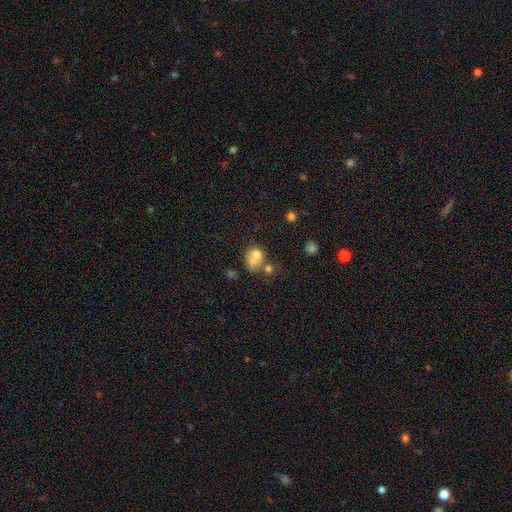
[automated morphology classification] smooth 68%, featured or disk 20%, star or artifact 11%. Down the decision tree: how rounded — round (61%); merging — merger (46%).